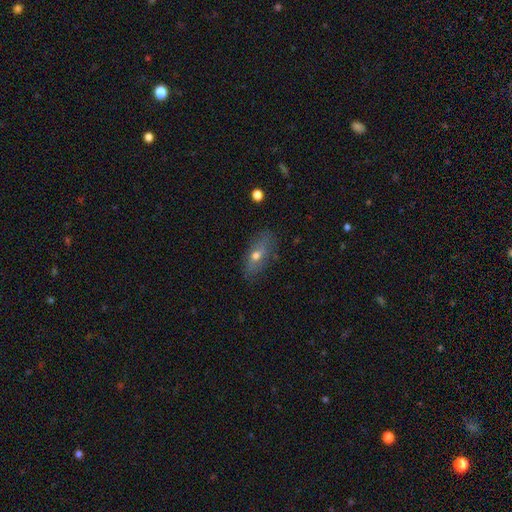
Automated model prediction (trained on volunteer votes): smooth_or_featured: smooth (p=0.46) [alt: featured or disk p=0.42]
merging: none (p=0.79) [alt: minor disturbance p=0.16]